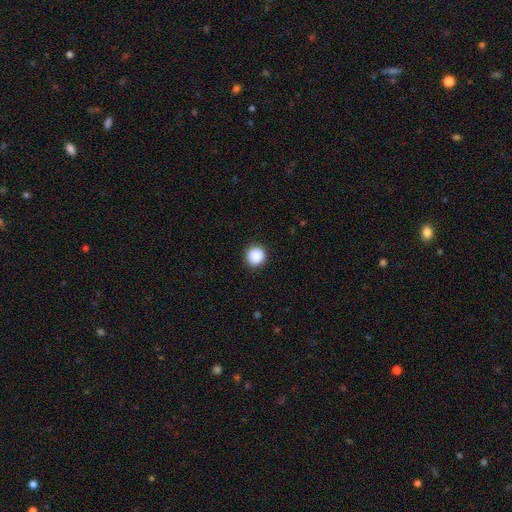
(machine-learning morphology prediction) A smooth galaxy with no disk features (89%) that is round (93%).

Vote fractions:
- Smooth or featured? smooth: 89% / star or artifact: 9% / featured or disk: 2%
- How rounded? round: 93% / in between: 6% / cigar-shaped: 1%
- Merging? none: 91% / minor disturbance: 6% / major disturbance: 2% / merger: 1%